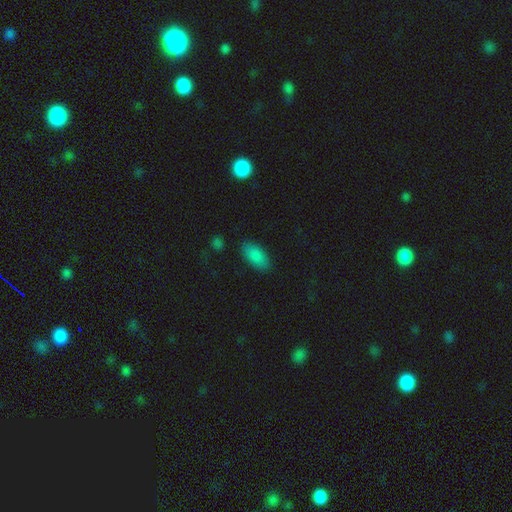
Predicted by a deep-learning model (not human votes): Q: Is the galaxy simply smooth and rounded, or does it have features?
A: smooth — 86%.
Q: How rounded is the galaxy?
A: in between — 92%.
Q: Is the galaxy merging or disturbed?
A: none — 86%.